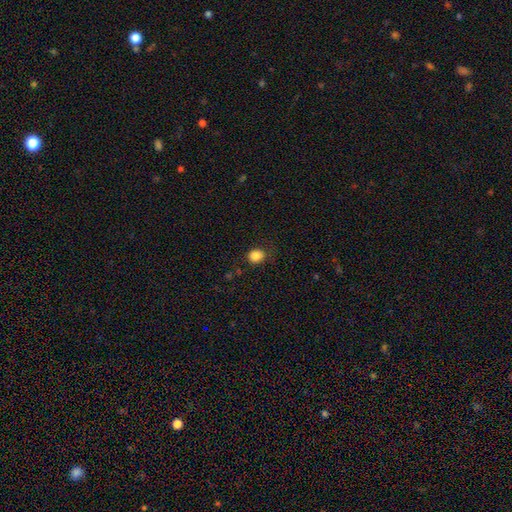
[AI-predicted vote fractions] The model was most divided on "how rounded": round: 68%, in between: 31%, cigar-shaped: 1%. More confident: smooth or featured — smooth (85%); merging — none (81%).